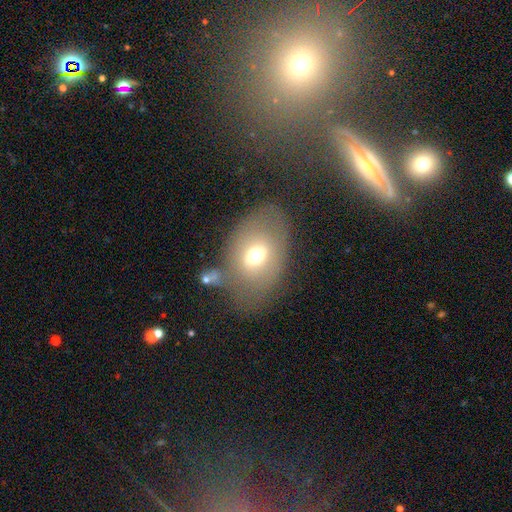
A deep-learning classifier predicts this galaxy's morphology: Smooth or featured? Predicted: smooth (p=0.57). How rounded? Predicted: in between (p=0.72). Merging? Predicted: none (p=0.50).